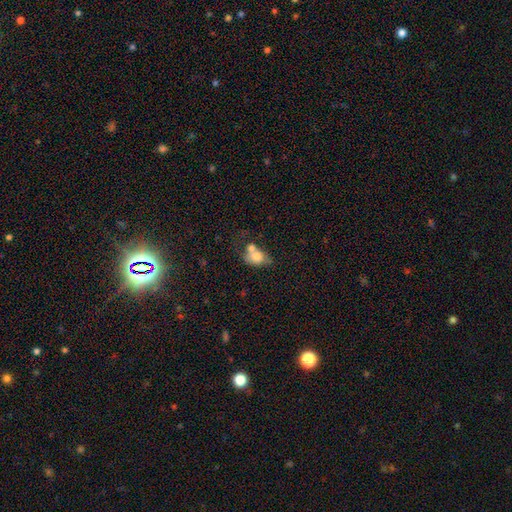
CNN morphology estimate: smooth_or_featured: smooth (p=0.72) [alt: featured or disk p=0.20]
how_rounded: in between (p=0.64) [alt: round p=0.34]
merging: merger (p=0.48) [alt: none p=0.27]